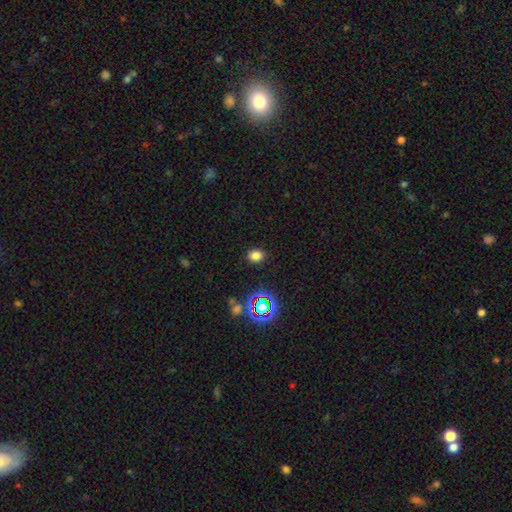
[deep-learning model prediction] This is likely a smooth galaxy (75%). How rounded: possibly in between (53%). Merging: clearly none (87%).